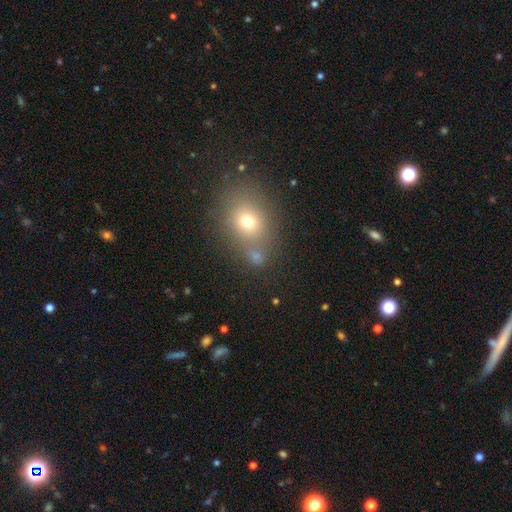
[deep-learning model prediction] Smooth or featured?
  - smooth: 64% *
  - star or artifact: 22%
  - featured or disk: 14%
How rounded?
  - round: 55% *
  - in between: 44%
  - cigar-shaped: 2%
Merging?
  - none: 62% *
  - merger: 22%
  - minor disturbance: 11%
  - major disturbance: 5%